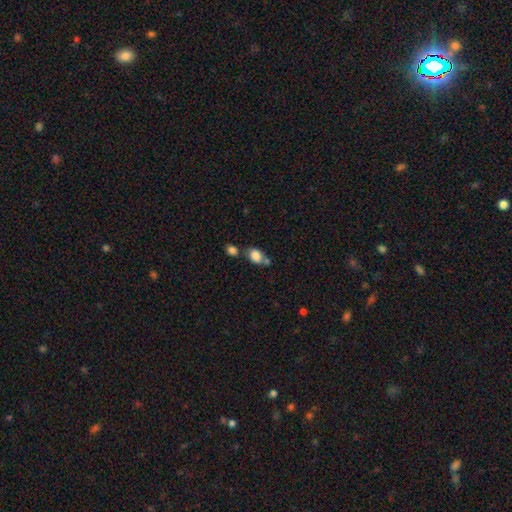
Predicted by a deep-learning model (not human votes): smooth_or_featured: smooth (p=0.82) [alt: star or artifact p=0.09]
how_rounded: in between (p=0.71) [alt: round p=0.28]
merging: none (p=0.45) [alt: merger p=0.34]